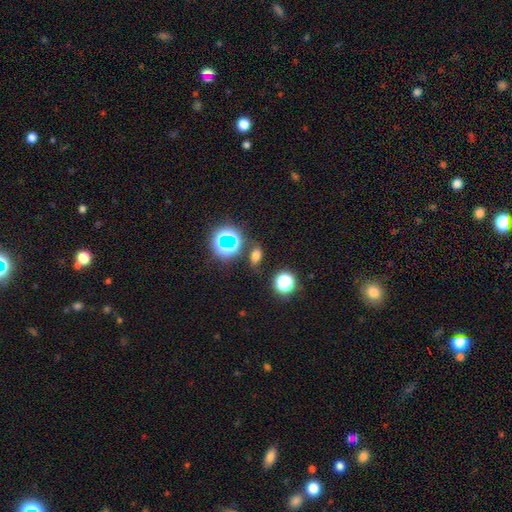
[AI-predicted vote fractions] A smooth galaxy with no disk features (63%) that is in between round and cigar-shaped (74%). Merging: none (80%).